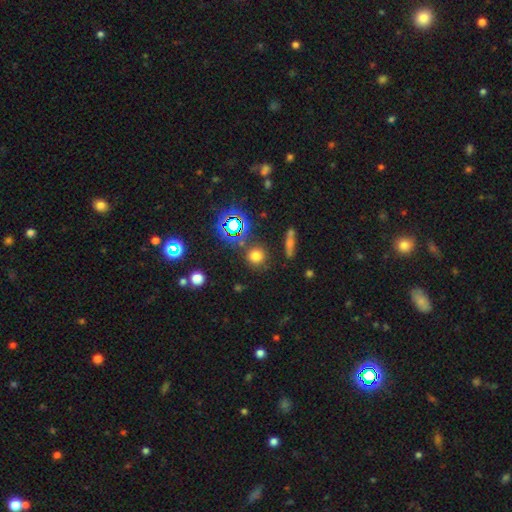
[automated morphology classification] This is likely a smooth galaxy (66%). How rounded: clearly round (88%). Merging: clearly none (82%).